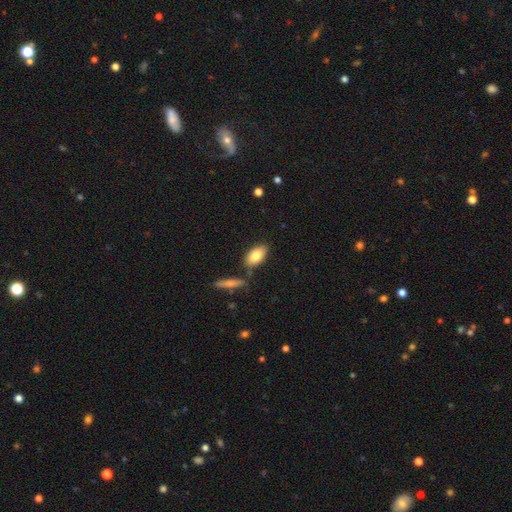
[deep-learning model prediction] Smooth or featured? smooth (82%)
How rounded? in between (90%)
Merging? none (77%)